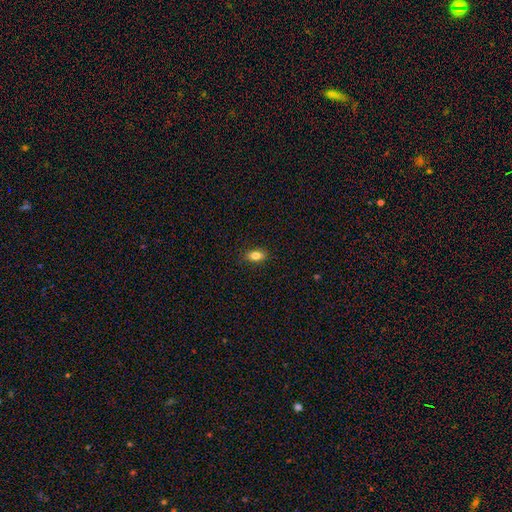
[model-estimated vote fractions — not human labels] Smooth or featured?
  - smooth: 82% *
  - star or artifact: 9%
  - featured or disk: 8%
How rounded?
  - in between: 84% *
  - round: 12%
  - cigar-shaped: 4%
Merging?
  - none: 88% *
  - minor disturbance: 10%
  - major disturbance: 2%
  - merger: 1%